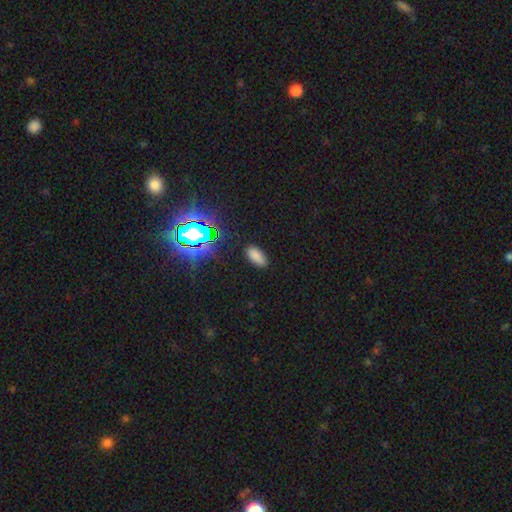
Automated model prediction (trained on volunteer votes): A smooth galaxy with no disk features (77%) that is in between round and cigar-shaped (92%). Merging: none (85%).